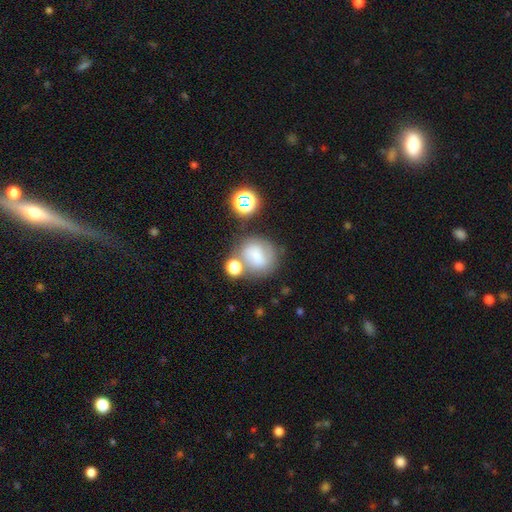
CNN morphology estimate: Overall: smooth (63%; featured or disk 23%). How rounded: round (80%). Merging: none (56%; merger 19%).